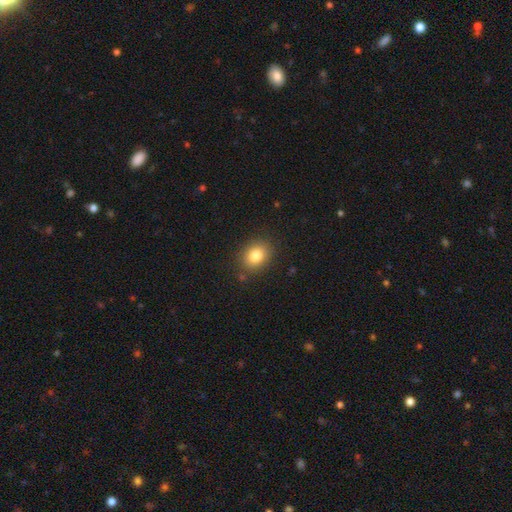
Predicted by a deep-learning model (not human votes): Smooth or featured? Predicted: smooth (p=0.82). How rounded? Predicted: round (p=0.50). Merging? Predicted: none (p=0.85).